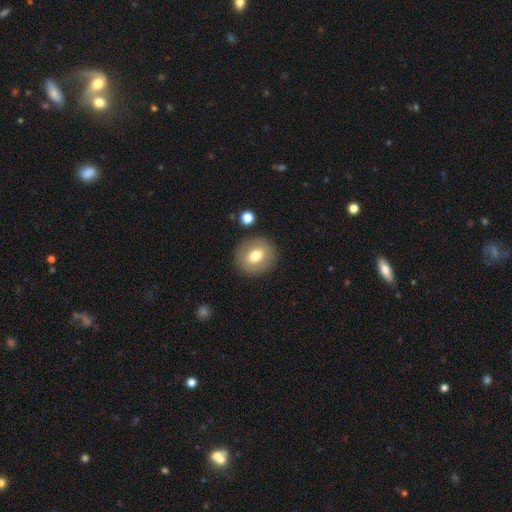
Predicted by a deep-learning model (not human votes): Overall: smooth (70%). How rounded: round (80%). Merging: none (87%).